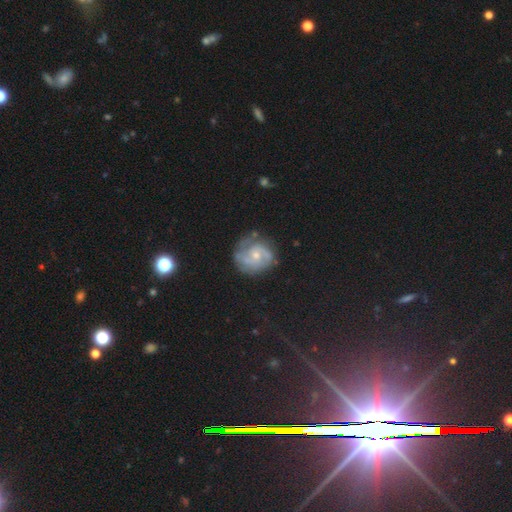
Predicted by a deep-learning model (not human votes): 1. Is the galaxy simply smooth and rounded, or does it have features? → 77% featured or disk, 15% smooth, 7% star or artifact.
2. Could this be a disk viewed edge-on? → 98% no, 2% yes.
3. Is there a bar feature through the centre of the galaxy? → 68% no, 28% weak, 4% strong.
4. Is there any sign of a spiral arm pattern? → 91% yes, 9% no.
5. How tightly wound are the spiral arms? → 47% tight, 40% medium, 13% loose.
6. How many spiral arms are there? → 48% 2, 24% can't tell, 15% 3, 6% 1, 4% 4, 4% more than 4.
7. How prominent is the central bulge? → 60% small, 35% moderate, 2% none, 2% large, 1% dominant.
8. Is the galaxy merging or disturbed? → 68% none, 21% minor disturbance, 9% major disturbance, 2% merger.